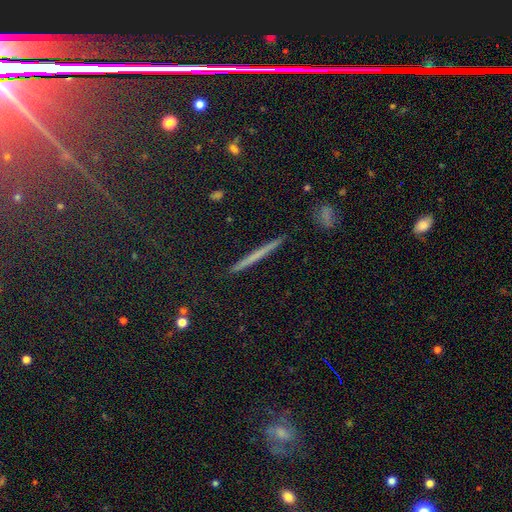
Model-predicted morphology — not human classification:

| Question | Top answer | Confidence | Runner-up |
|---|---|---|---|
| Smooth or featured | smooth | 45% | featured or disk (40%) |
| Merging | none | 92% | minor disturbance (5%) |